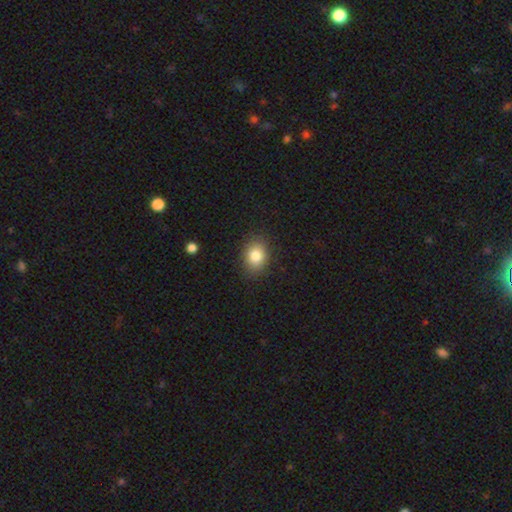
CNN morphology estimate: A smooth galaxy with no disk features (83%) that is in between round and cigar-shaped (60%).

Vote fractions:
- Smooth or featured? smooth: 83% / star or artifact: 9% / featured or disk: 7%
- How rounded? in between: 60% / round: 39% / cigar-shaped: 1%
- Merging? none: 86% / minor disturbance: 10% / major disturbance: 3% / merger: 1%